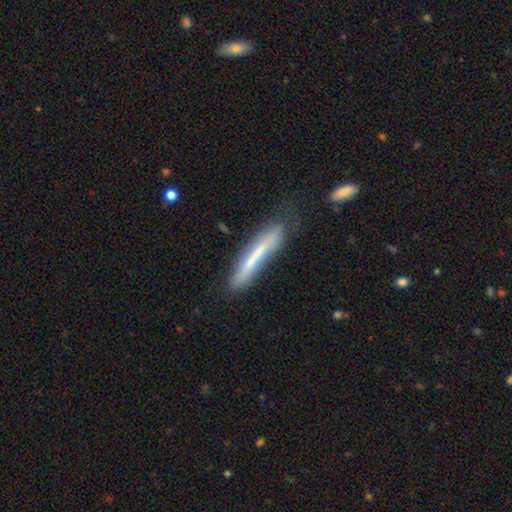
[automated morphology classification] smooth-or-featured: smooth: 52% | featured or disk: 41% | star or artifact: 7%
  how-rounded: cigar-shaped: 93% | in between: 5% | round: 1%
  merging: none: 61% | minor disturbance: 25% | major disturbance: 9% | merger: 5%